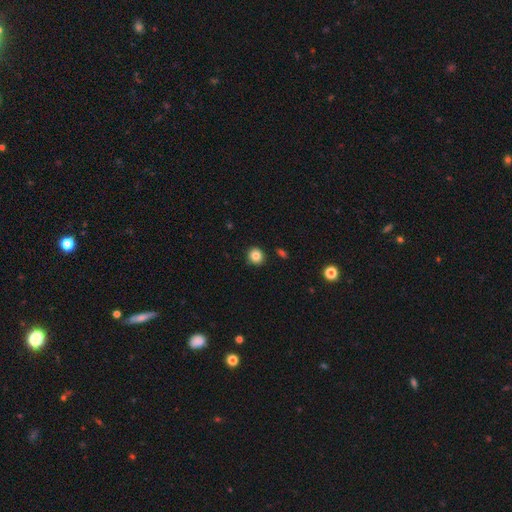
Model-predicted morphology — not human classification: Smooth or featured: smooth — 83% (star or artifact — 10%)
How rounded: round — 89% (in between — 10%)
Merging: none — 91% (minor disturbance — 6%)